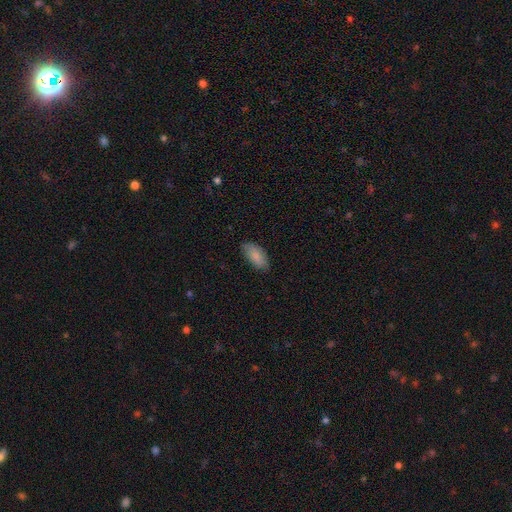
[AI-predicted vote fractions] This is clearly a smooth galaxy (85%). How rounded: clearly in between (91%). Merging: likely none (77%).